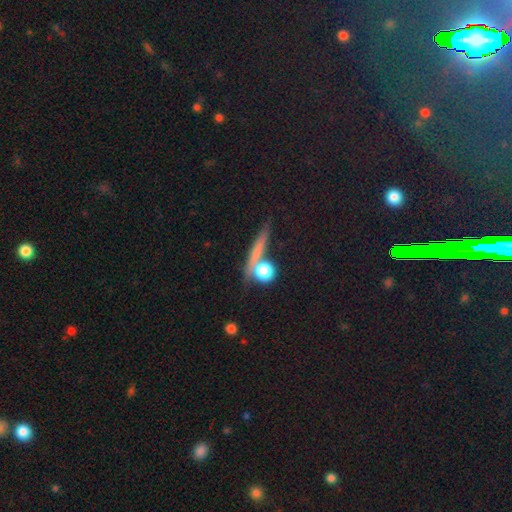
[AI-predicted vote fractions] Smooth or featured? Predicted: smooth (p=0.60). How rounded? Predicted: round (p=0.50). Merging? Predicted: none (p=0.62).